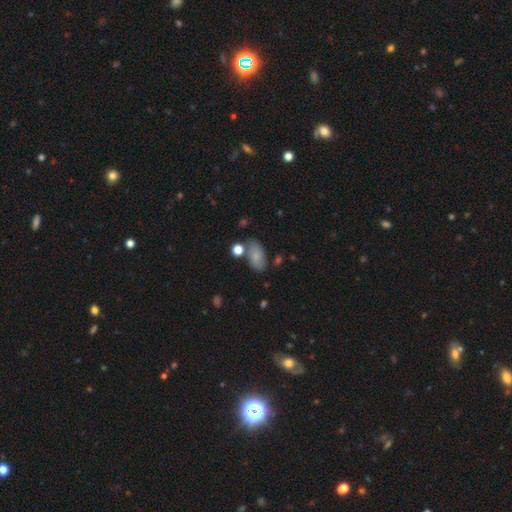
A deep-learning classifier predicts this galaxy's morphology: Smooth or featured: smooth — 77% (featured or disk — 14%)
How rounded: in between — 91% (round — 6%)
Merging: none — 68% (minor disturbance — 17%)